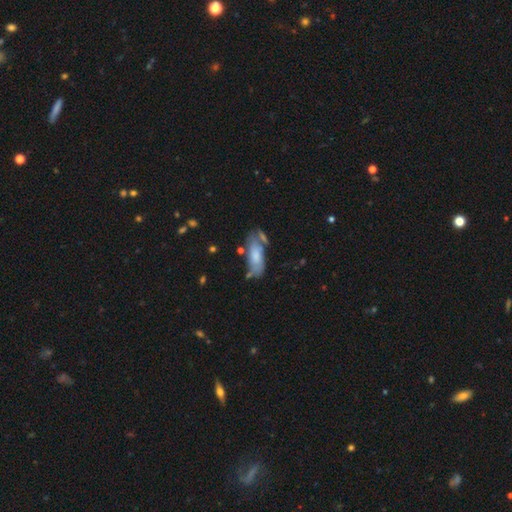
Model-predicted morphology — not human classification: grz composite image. It shows a smooth galaxy with no disk features (64%) that is in between round and cigar-shaped (75%). Merging: none (52%).